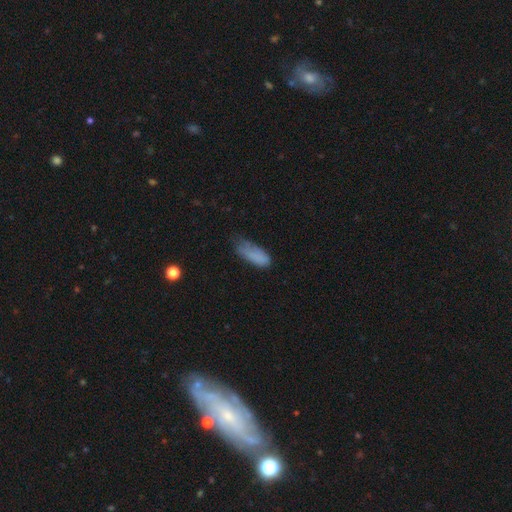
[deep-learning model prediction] A smooth galaxy with no disk features (80%) that is in between round and cigar-shaped (74%).

Vote fractions:
- Smooth or featured? smooth: 80% / featured or disk: 11% / star or artifact: 9%
- How rounded? in between: 74% / cigar-shaped: 24% / round: 2%
- Merging? minor disturbance: 42% / none: 34% / major disturbance: 22% / merger: 3%